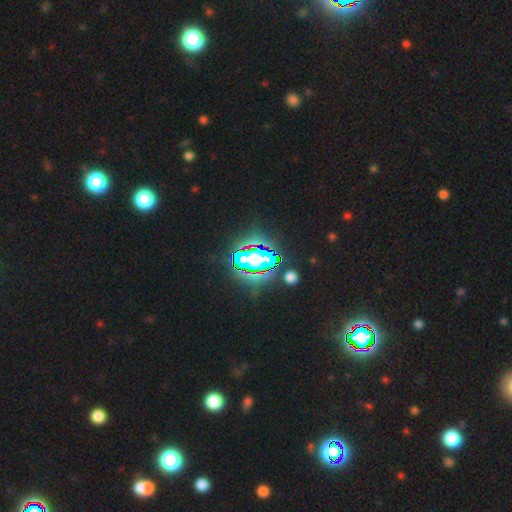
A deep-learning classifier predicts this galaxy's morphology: Smooth or featured? Predicted: star or artifact (p=0.75).